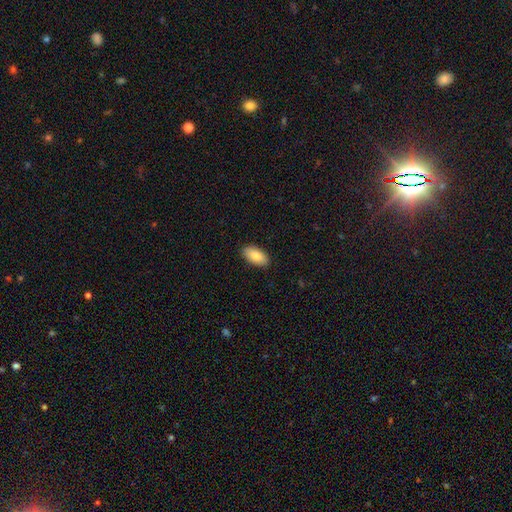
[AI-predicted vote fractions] This appears to be a smooth galaxy with no disk features (83%) that is in between round and cigar-shaped (93%). Merging: none (89%).